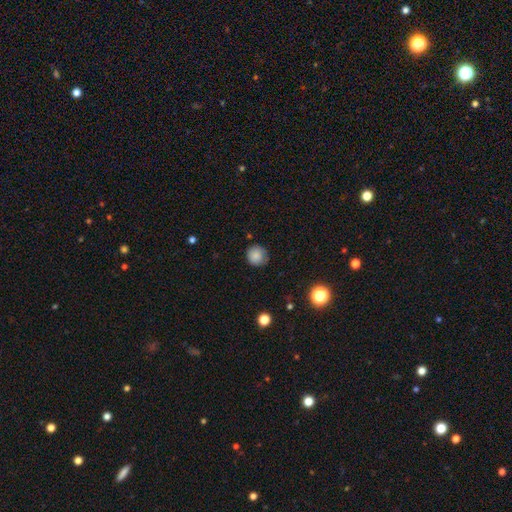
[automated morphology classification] Smooth or featured: smooth — 85% (star or artifact — 10%)
How rounded: round — 92% (in between — 7%)
Merging: none — 82% (minor disturbance — 13%)